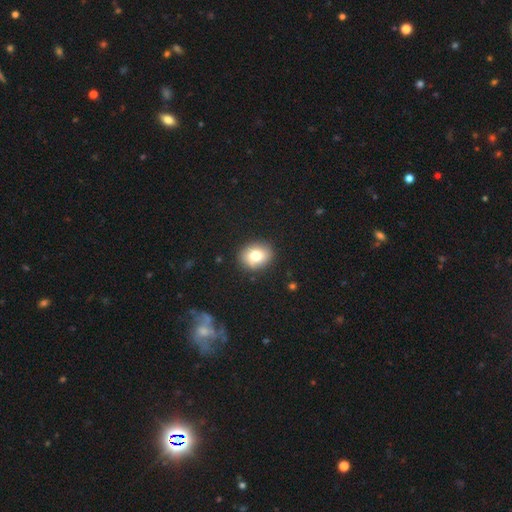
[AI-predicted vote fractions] smooth_or_featured: smooth (p=0.76) [alt: featured or disk p=0.14]
how_rounded: round (p=0.60) [alt: in between p=0.40]
merging: none (p=0.86) [alt: minor disturbance p=0.10]